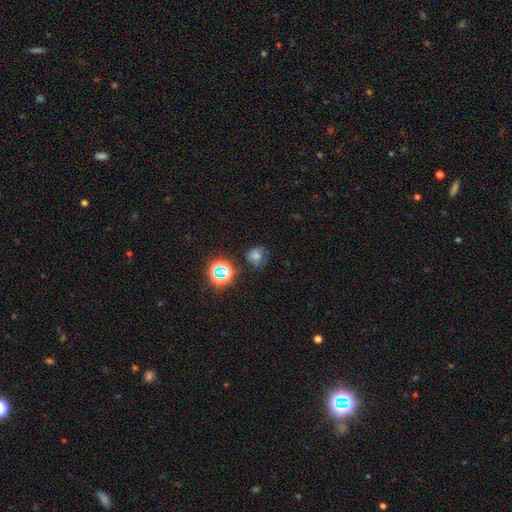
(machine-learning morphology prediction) smooth-or-featured: smooth: 49% | star or artifact: 35% | featured or disk: 16%
  merging: none: 71% | minor disturbance: 17% | major disturbance: 7% | merger: 4%